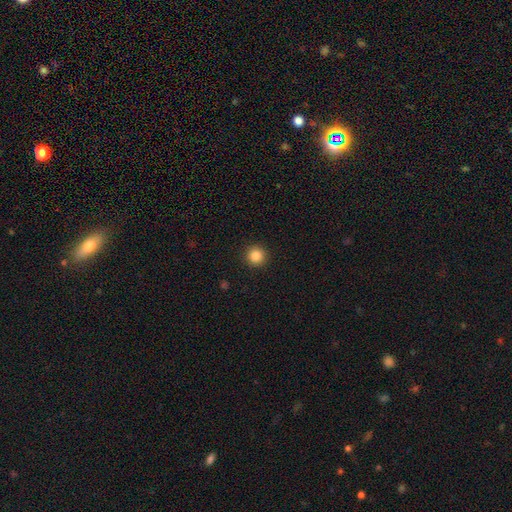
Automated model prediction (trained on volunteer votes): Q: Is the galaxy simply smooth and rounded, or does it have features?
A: smooth — 85%.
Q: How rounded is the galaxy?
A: round — 96%.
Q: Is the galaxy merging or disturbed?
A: none — 93%.